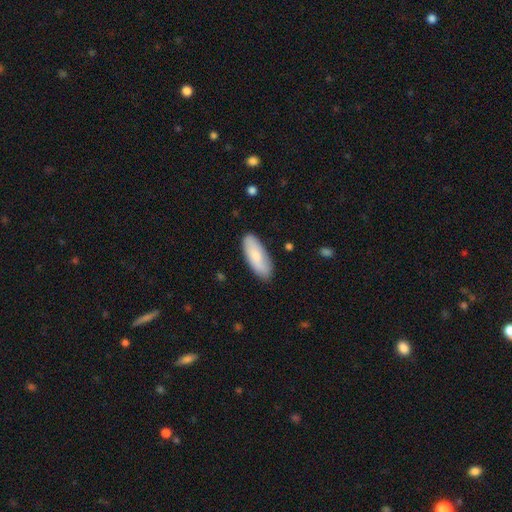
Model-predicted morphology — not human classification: Overall: smooth (79%). How rounded: in between (76%). Merging: none (83%).